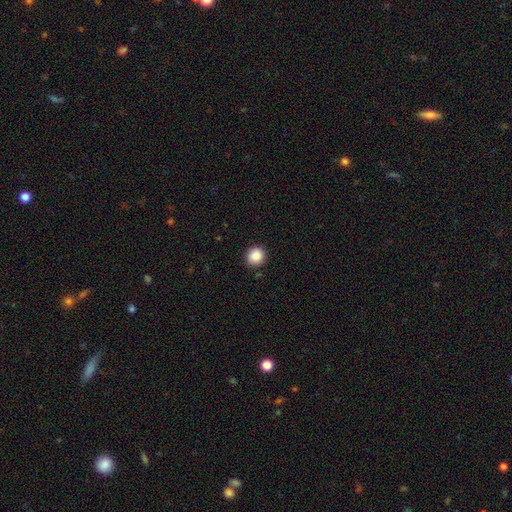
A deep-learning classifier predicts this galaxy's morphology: smooth 88%, star or artifact 9%, featured or disk 3%. Down the decision tree: how rounded — round (89%); merging — none (88%).